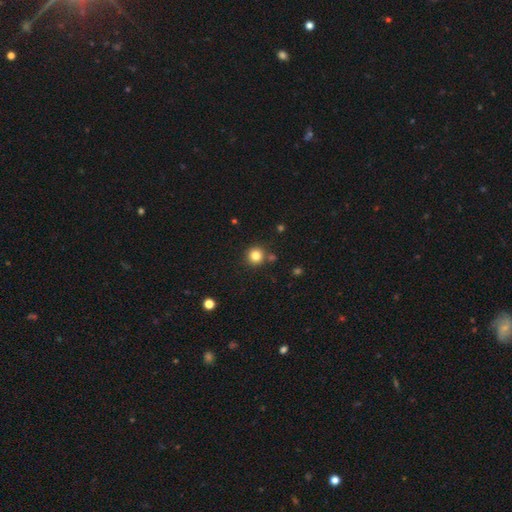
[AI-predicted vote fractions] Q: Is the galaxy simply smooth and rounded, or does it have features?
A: smooth — 82%.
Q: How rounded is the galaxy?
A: round — 94%.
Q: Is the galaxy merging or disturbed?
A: none — 84%.